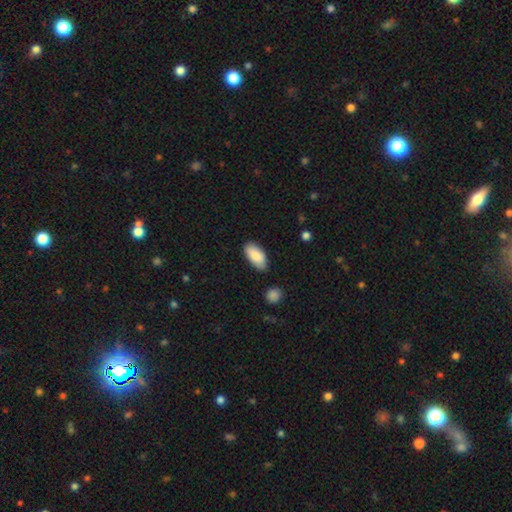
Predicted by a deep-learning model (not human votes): Smooth or featured? Predicted: smooth (p=0.87). How rounded? Predicted: in between (p=0.91). Merging? Predicted: none (p=0.79).